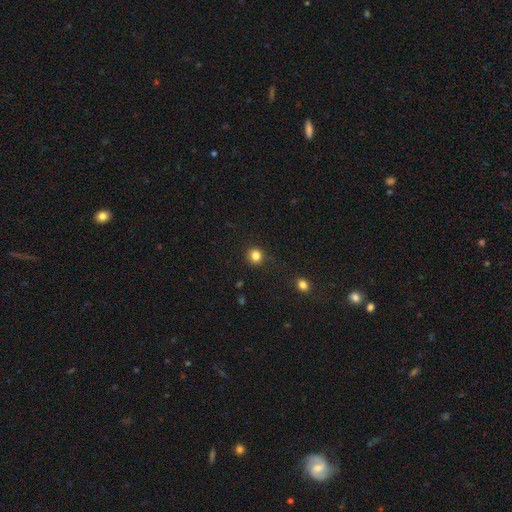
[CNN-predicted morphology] Smooth or featured? smooth (83%)
How rounded? round (91%)
Merging? none (88%)